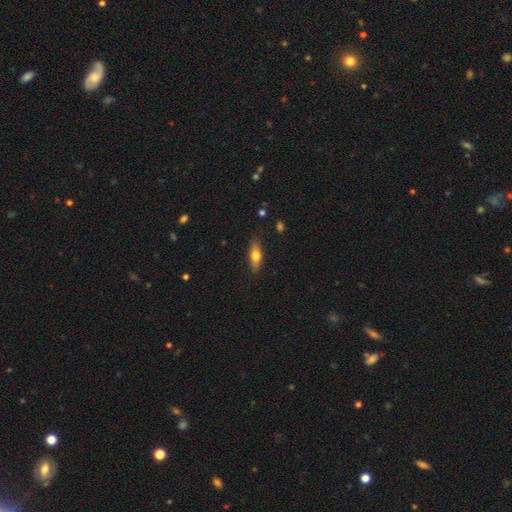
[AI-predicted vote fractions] Smooth or featured: smooth — 62% (featured or disk — 31%)
How rounded: in between — 59% (cigar-shaped — 38%)
Merging: none — 86% (minor disturbance — 10%)